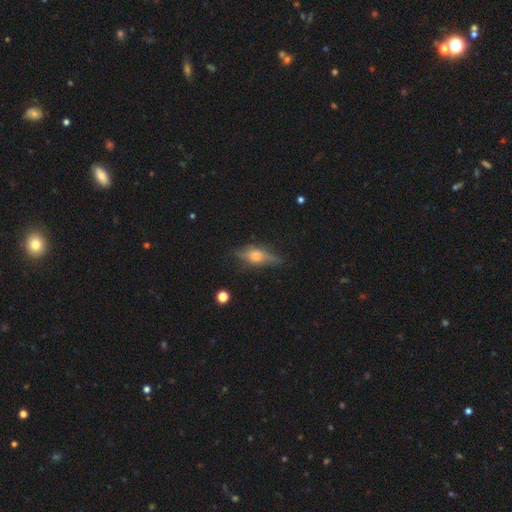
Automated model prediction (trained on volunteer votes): Smooth or featured: featured or disk — 64% (smooth — 27%)
Edge-on disk: yes — 92% (no — 8%)
Edge-on bulge: rounded — 89% (boxy — 9%)
Merging: none — 77% (minor disturbance — 17%)